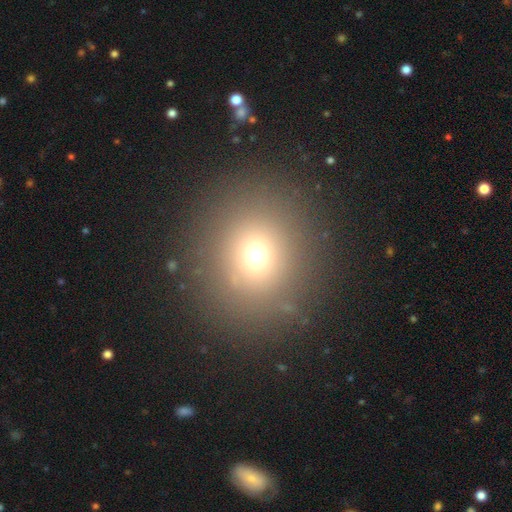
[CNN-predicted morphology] smooth 68%, star or artifact 22%, featured or disk 10%. Down the decision tree: how rounded — round (87%); merging — none (88%).